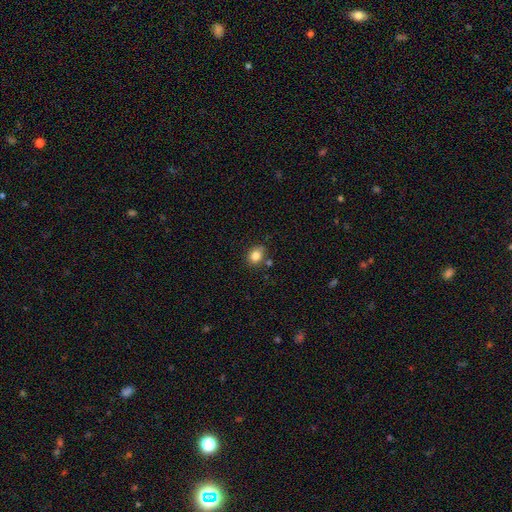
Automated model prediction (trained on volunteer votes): smooth_or_featured: smooth (p=0.83) [alt: star or artifact p=0.11]
how_rounded: round (p=0.64) [alt: in between p=0.35]
merging: none (p=0.74) [alt: minor disturbance p=0.15]